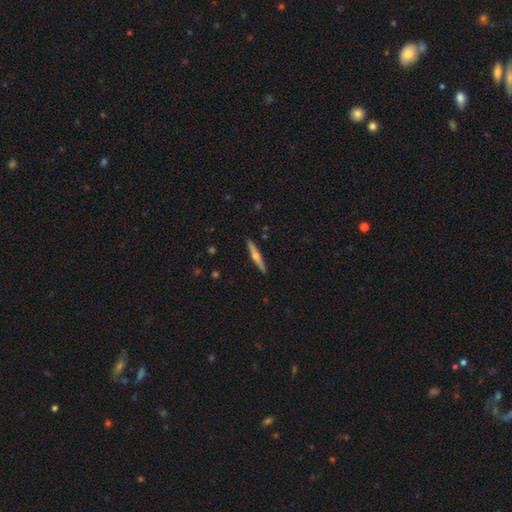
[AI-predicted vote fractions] Morphology: type=featured or disk (63%); edge-on=yes (97%); edge-on bulge=rounded (87%); merging=none (91%).